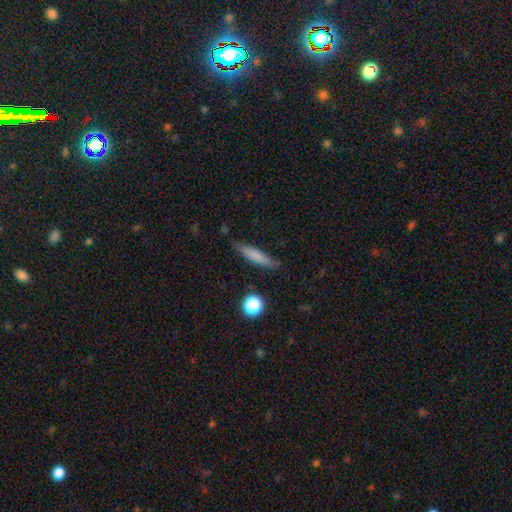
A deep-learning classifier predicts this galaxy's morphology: Overall: smooth (73%). How rounded: cigar-shaped (87%). Merging: none (82%).